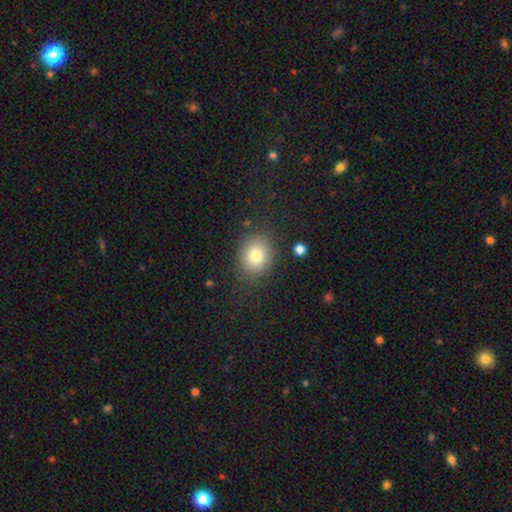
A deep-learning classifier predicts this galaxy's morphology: Smooth or featured: smooth — 79% (star or artifact — 11%)
How rounded: round — 63% (in between — 36%)
Merging: none — 83% (minor disturbance — 10%)